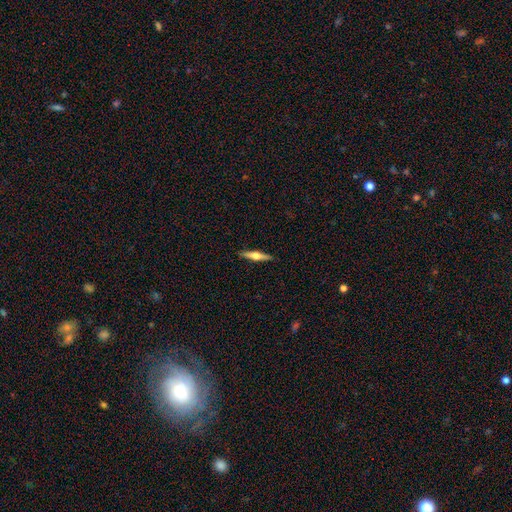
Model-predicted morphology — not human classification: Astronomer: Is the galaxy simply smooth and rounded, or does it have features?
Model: featured or disk — 63%.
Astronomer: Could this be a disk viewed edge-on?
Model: yes — 97%.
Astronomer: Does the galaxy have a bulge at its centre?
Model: rounded — 93%.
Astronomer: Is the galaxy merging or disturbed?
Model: none — 91%.